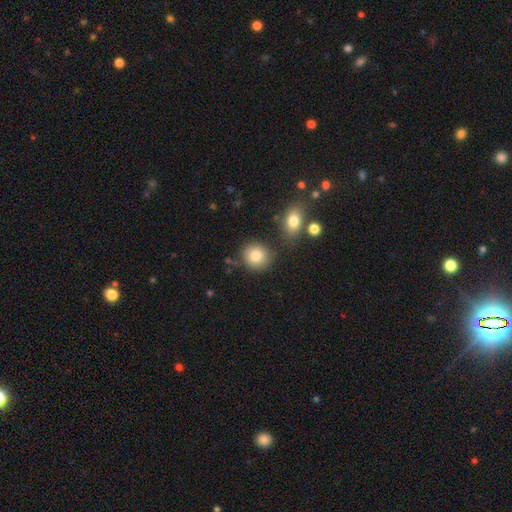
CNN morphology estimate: smooth_or_featured: smooth (p=0.84) [alt: star or artifact p=0.08]
how_rounded: round (p=0.86) [alt: in between p=0.13]
merging: none (p=0.79) [alt: minor disturbance p=0.11]